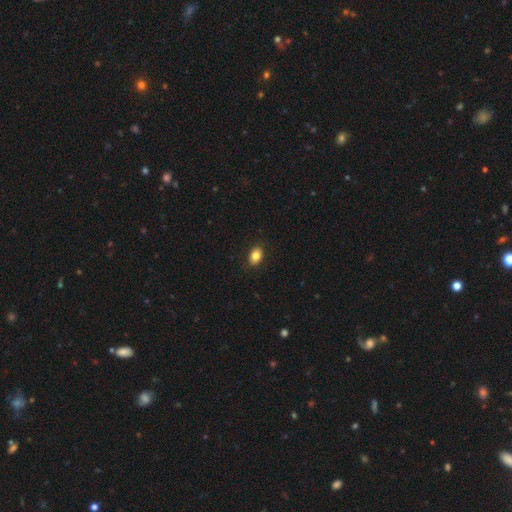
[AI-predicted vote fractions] Overall: smooth (82%). How rounded: in between (80%). Merging: none (88%).